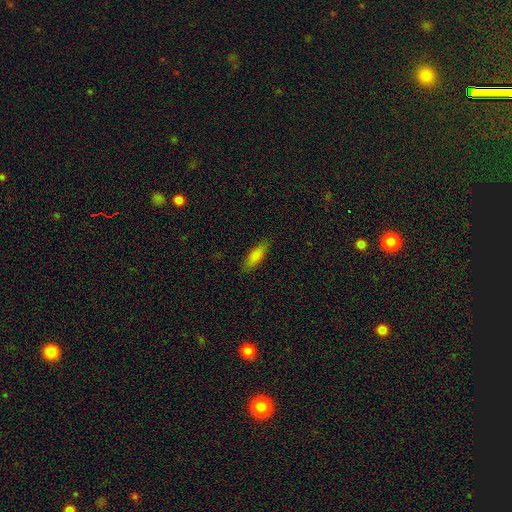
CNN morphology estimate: Overall: smooth (82%). How rounded: in between (58%; cigar-shaped 40%). Merging: none (85%).